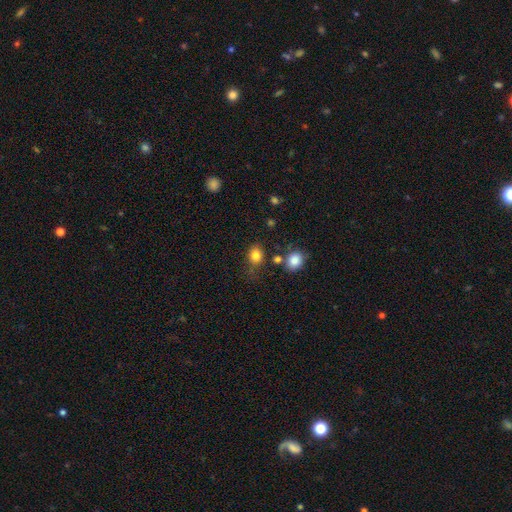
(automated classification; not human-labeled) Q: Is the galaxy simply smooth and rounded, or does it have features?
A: smooth — 82%.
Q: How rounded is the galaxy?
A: round — 55%.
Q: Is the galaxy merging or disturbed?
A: none — 70%.